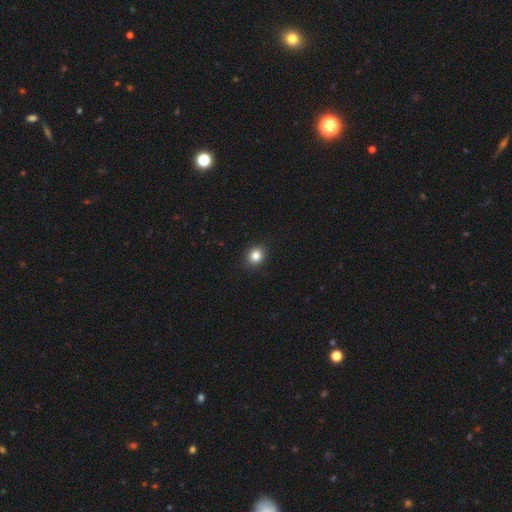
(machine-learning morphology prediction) smooth 84%, star or artifact 11%, featured or disk 5%. Down the decision tree: how rounded — round (66%); merging — none (91%).